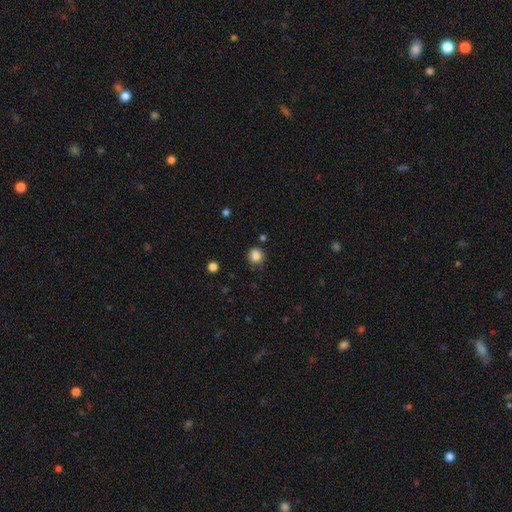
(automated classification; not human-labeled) A smooth galaxy with no disk features (83%) that is round (77%). Merging: none (71%).